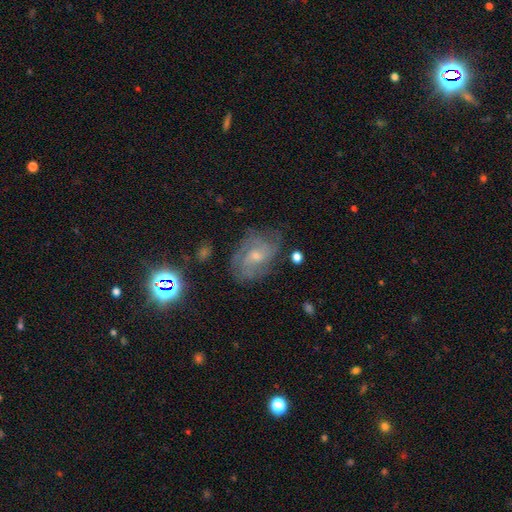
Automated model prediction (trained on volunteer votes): Morphology: type=featured or disk (70%); edge-on=no (97%); bar=no (65%); spiral arms=yes (89%); winding=tight (43%); arm count=can't tell (37%); bulge=small (61%); merging=none (66%).